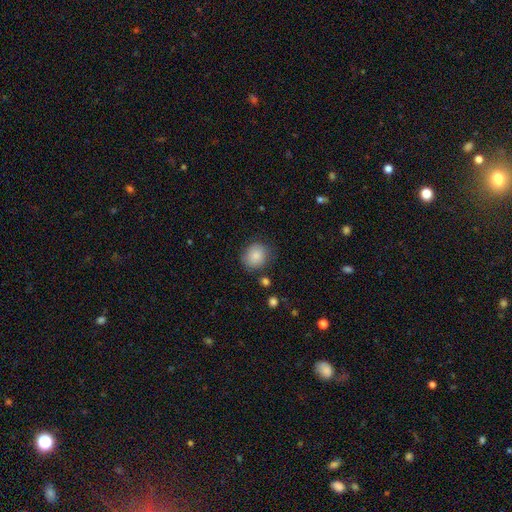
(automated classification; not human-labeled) A smooth galaxy with no disk features (86%) that is round (74%). Merging: none (78%).